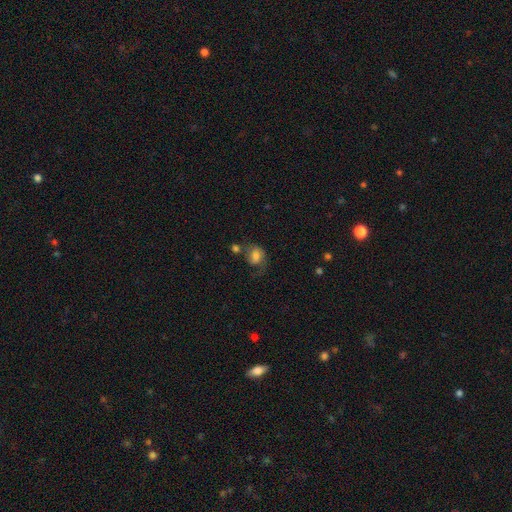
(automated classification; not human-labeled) Smooth or featured?
  - smooth: 58% *
  - featured or disk: 31%
  - star or artifact: 10%
How rounded?
  - round: 51% *
  - in between: 48%
  - cigar-shaped: 1%
Merging?
  - none: 37% *
  - major disturbance: 26%
  - minor disturbance: 22%
  - merger: 15%